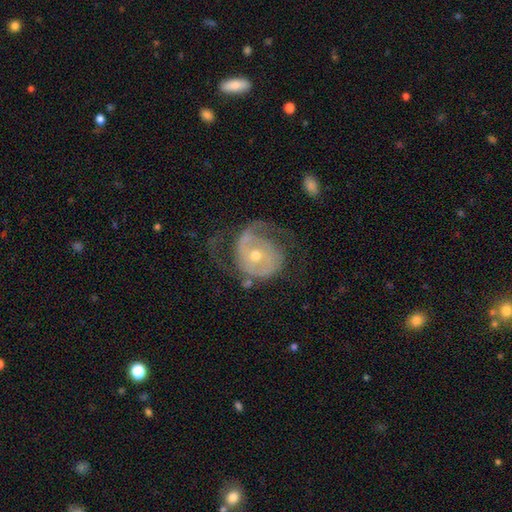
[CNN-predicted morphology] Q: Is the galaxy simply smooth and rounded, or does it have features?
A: featured or disk — 82%.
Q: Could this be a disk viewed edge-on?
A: no — 97%.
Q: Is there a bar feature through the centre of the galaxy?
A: no — 67%.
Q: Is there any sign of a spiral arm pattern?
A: yes — 88%.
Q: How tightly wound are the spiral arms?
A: medium — 41%.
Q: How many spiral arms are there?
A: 2 — 66%.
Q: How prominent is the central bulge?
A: moderate — 49%.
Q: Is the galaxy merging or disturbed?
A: none — 50%.